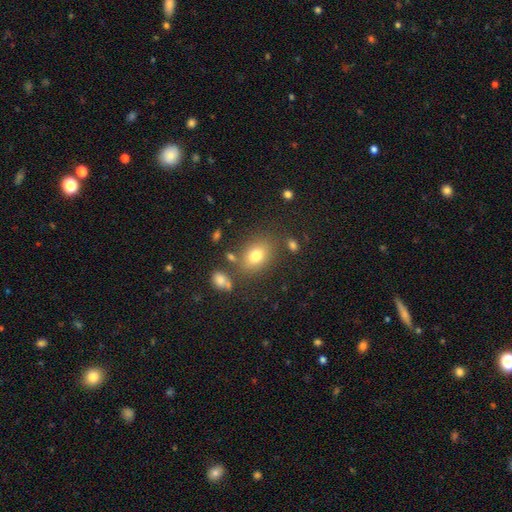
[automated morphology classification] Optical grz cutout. It shows a smooth galaxy with no disk features (77%) that is in between round and cigar-shaped (71%). Merging: none (75%).